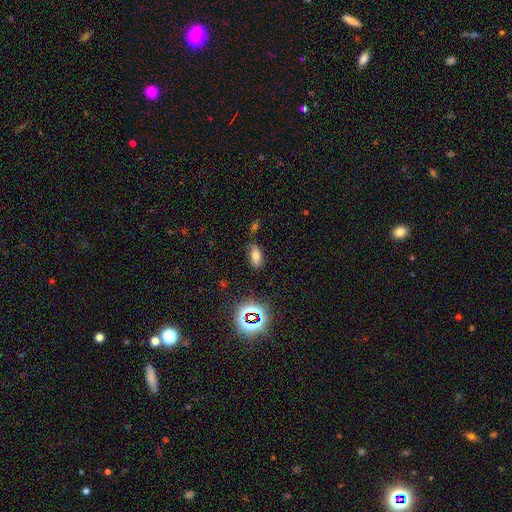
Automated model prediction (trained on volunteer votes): Smooth or featured?
  - smooth: 69% *
  - star or artifact: 20%
  - featured or disk: 12%
How rounded?
  - in between: 86% *
  - cigar-shaped: 9%
  - round: 6%
Merging?
  - none: 74% *
  - minor disturbance: 16%
  - merger: 5%
  - major disturbance: 5%